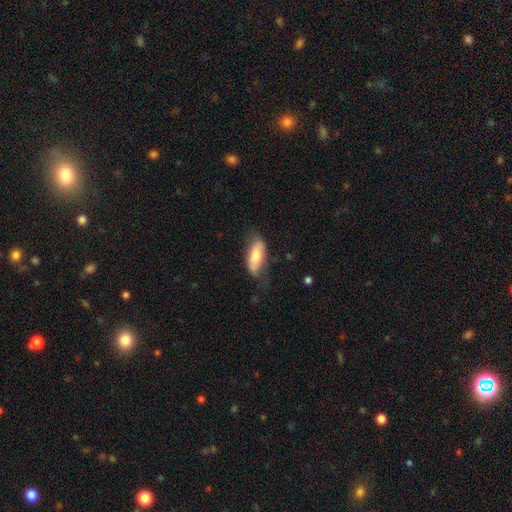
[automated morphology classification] smooth-or-featured: smooth: 70% | featured or disk: 24% | star or artifact: 6%
  how-rounded: in between: 81% | cigar-shaped: 16% | round: 2%
  merging: none: 55% | minor disturbance: 30% | major disturbance: 13% | merger: 2%